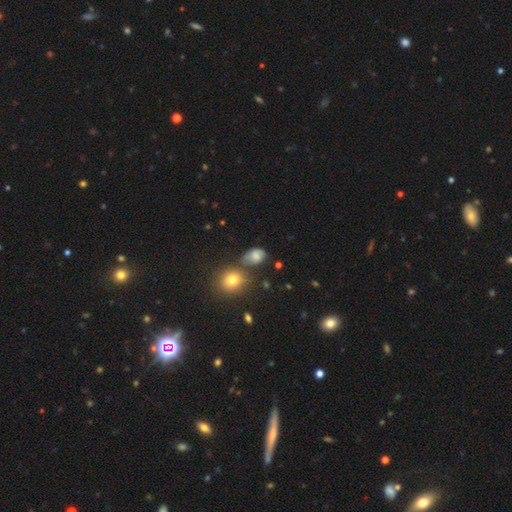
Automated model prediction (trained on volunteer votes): Overall: smooth (71%). How rounded: in between (61%; round 38%). Merging: none (51%; minor disturbance 26%).